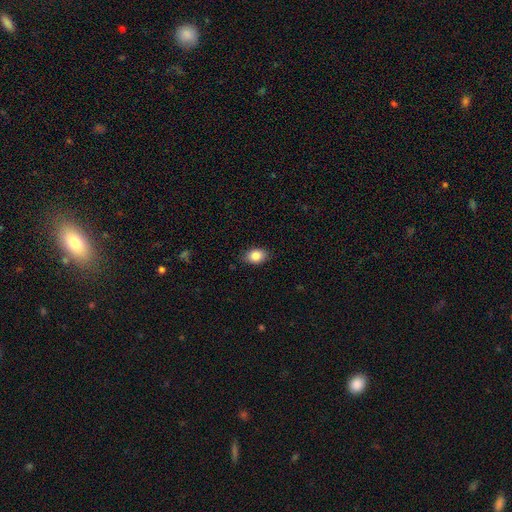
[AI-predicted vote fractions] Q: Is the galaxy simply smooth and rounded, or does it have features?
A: smooth — 86%.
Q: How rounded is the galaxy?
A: in between — 81%.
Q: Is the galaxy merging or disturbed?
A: none — 85%.